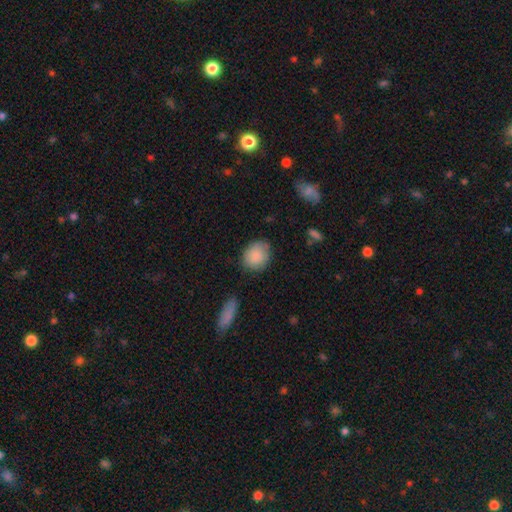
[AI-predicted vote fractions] Overall: smooth (87%). How rounded: round (62%; in between 37%). Merging: none (76%).